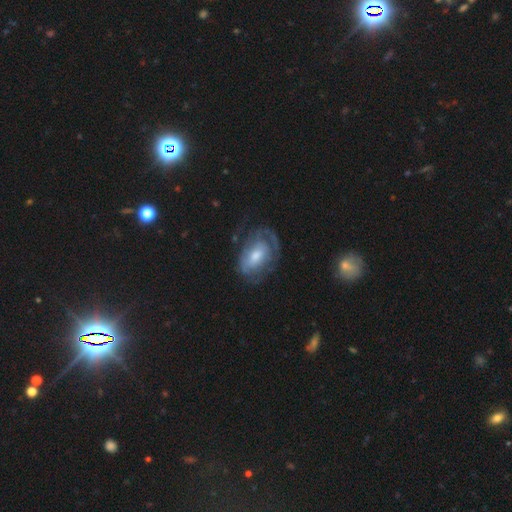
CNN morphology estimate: The model was most divided on "spiral arm count": can't tell: 41%, 2: 32%, 1: 14%, 3: 7%, 4: 3%, more than 4: 3%. More confident: edge-on disk — no (96%); spiral arms — yes (81%); smooth or featured — featured or disk (71%); merging — none (56%); bulge size — moderate (54%); spiral winding — tight (54%); bar — no (52%).